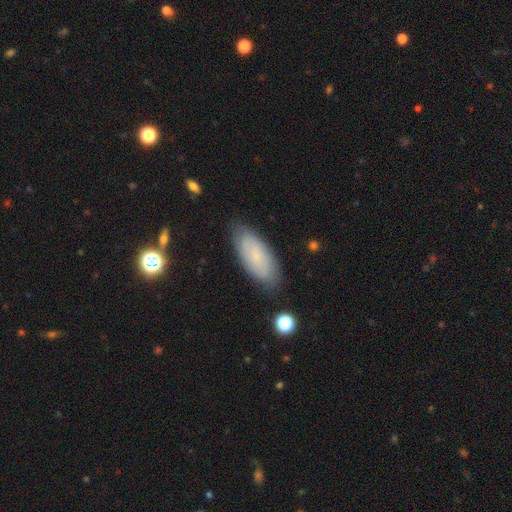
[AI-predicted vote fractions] This is likely a smooth galaxy (68%). How rounded: clearly in between (83%). Merging: clearly none (82%).